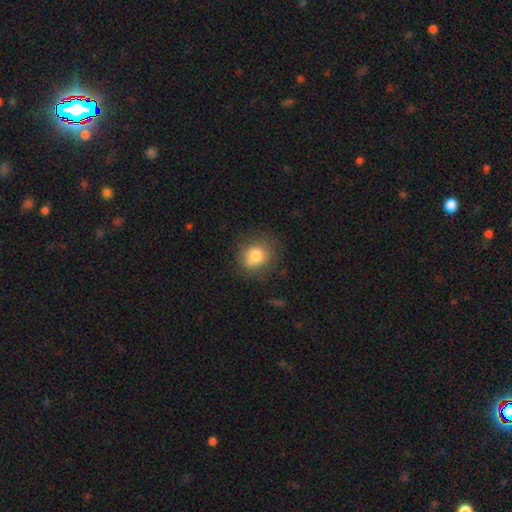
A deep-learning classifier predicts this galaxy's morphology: smooth 80%, star or artifact 10%, featured or disk 9%. Down the decision tree: how rounded — round (77%); merging — none (75%).